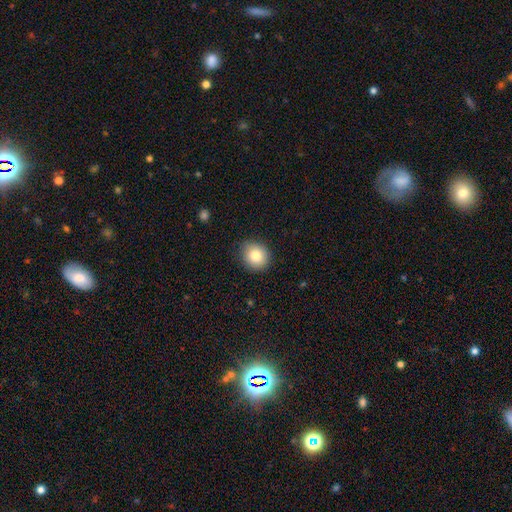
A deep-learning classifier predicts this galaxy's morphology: The model was most divided on "how rounded": round: 80%, in between: 19%, cigar-shaped: 1%. More confident: merging — none (87%); smooth or featured — smooth (81%).